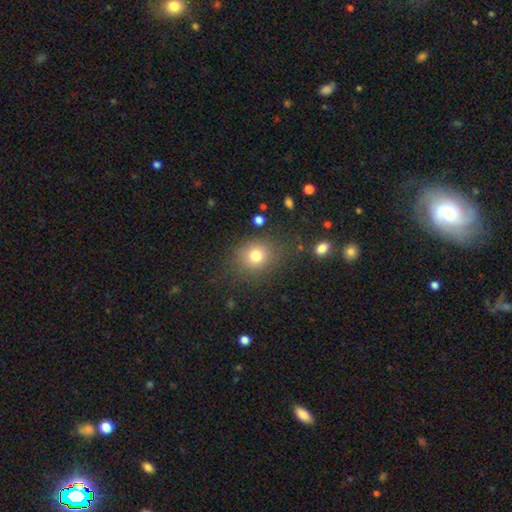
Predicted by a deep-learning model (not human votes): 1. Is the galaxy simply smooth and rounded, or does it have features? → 77% smooth, 14% star or artifact, 9% featured or disk.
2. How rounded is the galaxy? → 75% round, 24% in between, 1% cigar-shaped.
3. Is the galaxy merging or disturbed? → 79% none, 12% minor disturbance, 6% major disturbance, 3% merger.